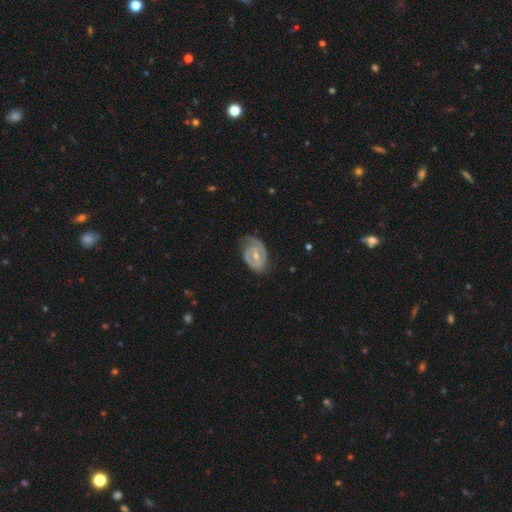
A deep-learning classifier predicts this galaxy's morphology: featured or disk 79%, smooth 16%, star or artifact 5%. Down the decision tree: edge-on disk — no (97%); bar — no (45%); spiral arms — yes (86%); spiral arm count — 2 (58%); spiral winding — tight (54%); bulge size — moderate (59%); merging — none (60%).